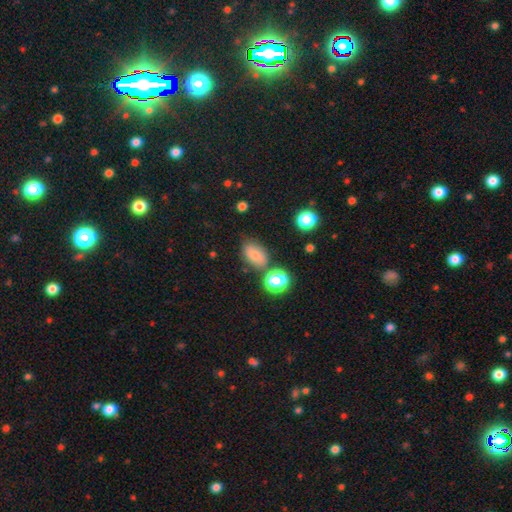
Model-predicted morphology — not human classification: smooth-or-featured: smooth: 72% | star or artifact: 15% | featured or disk: 13%
  how-rounded: in between: 79% | round: 19% | cigar-shaped: 2%
  merging: none: 67% | minor disturbance: 19% | merger: 9% | major disturbance: 5%